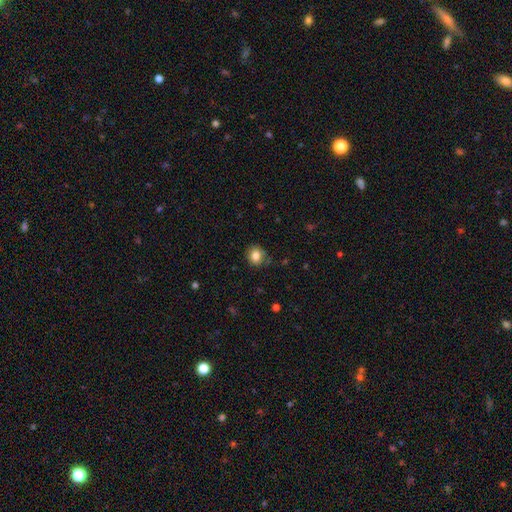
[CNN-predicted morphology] smooth_or_featured: smooth (p=0.82) [alt: star or artifact p=0.10]
how_rounded: round (p=0.72) [alt: in between p=0.27]
merging: none (p=0.77) [alt: minor disturbance p=0.17]